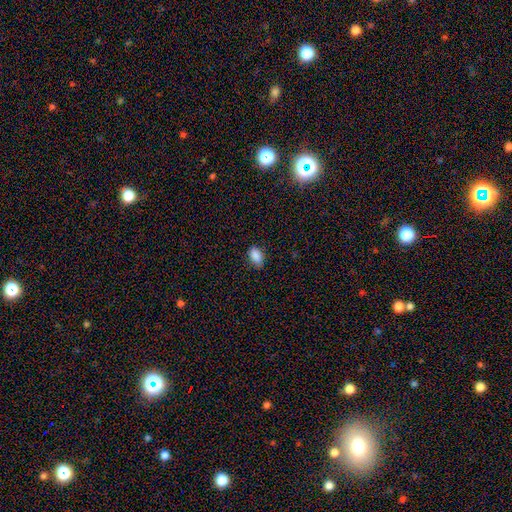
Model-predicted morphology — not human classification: smooth 87%, star or artifact 8%, featured or disk 4%. Down the decision tree: how rounded — in between (90%); merging — none (78%).